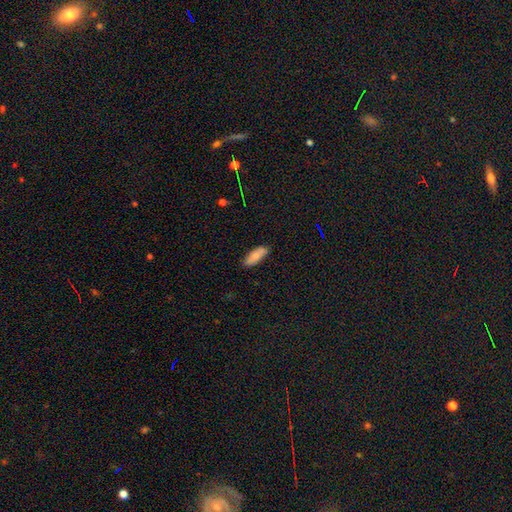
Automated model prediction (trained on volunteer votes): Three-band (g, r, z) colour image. It shows a smooth galaxy with no disk features (77%) that is in between round and cigar-shaped (69%). Merging: none (84%).